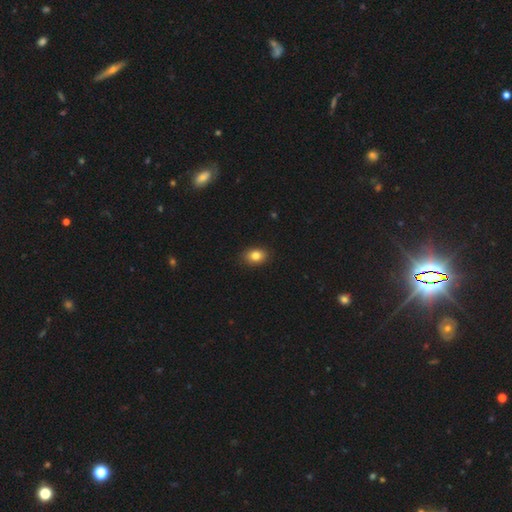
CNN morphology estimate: A smooth galaxy with no disk features (83%) that is in between round and cigar-shaped (76%). Merging: none (88%).